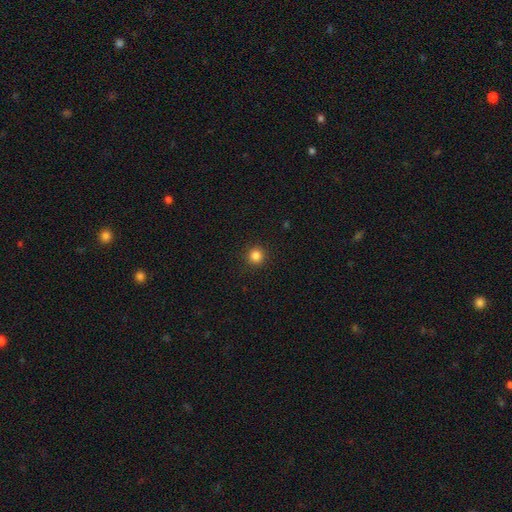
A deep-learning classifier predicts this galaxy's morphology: Overall: smooth (84%). How rounded: round (94%). Merging: none (92%).